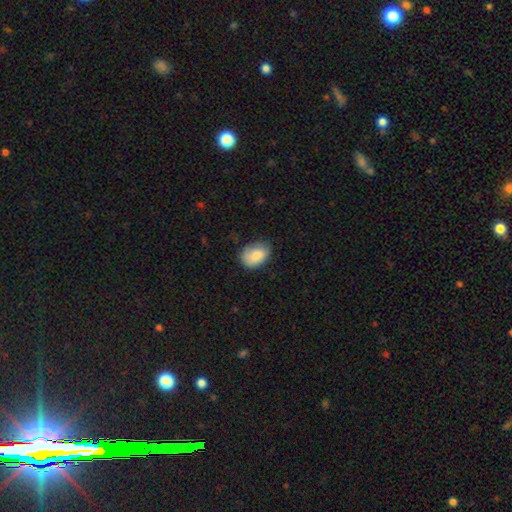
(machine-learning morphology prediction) Smooth or featured: smooth — 86% (featured or disk — 8%)
How rounded: in between — 82% (round — 17%)
Merging: none — 68% (minor disturbance — 26%)